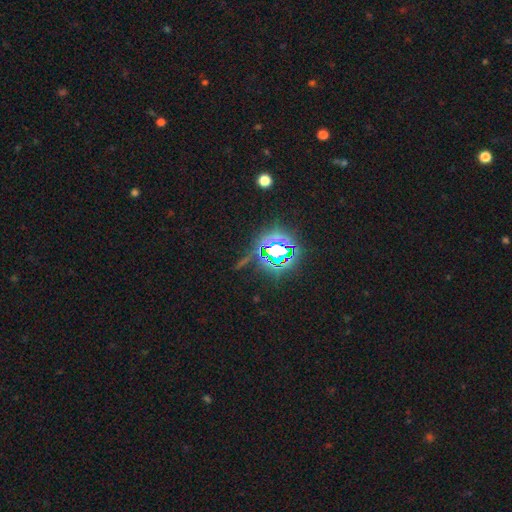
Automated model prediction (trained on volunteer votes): Smooth or featured? star or artifact (80%)